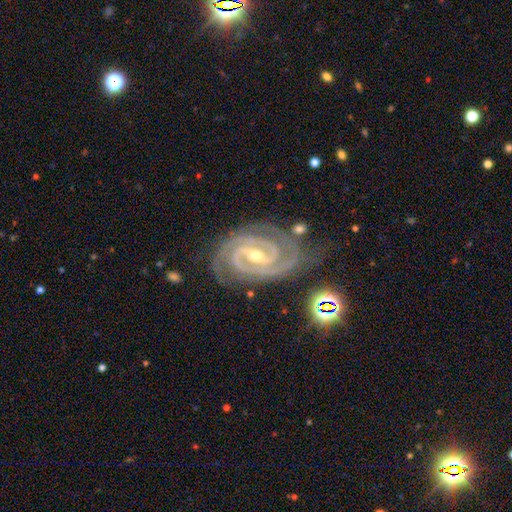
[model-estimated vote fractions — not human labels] The model was most divided on "bulge size": small: 50%, moderate: 47%, large: 1%, none: 1%, dominant: 1%. Remaining: spiral arms — yes (99%); edge-on disk — no (97%); smooth or featured — featured or disk (92%); spiral winding — tight (81%); merging — none (74%); spiral arm count — 2 (73%); bar — strong (43%).